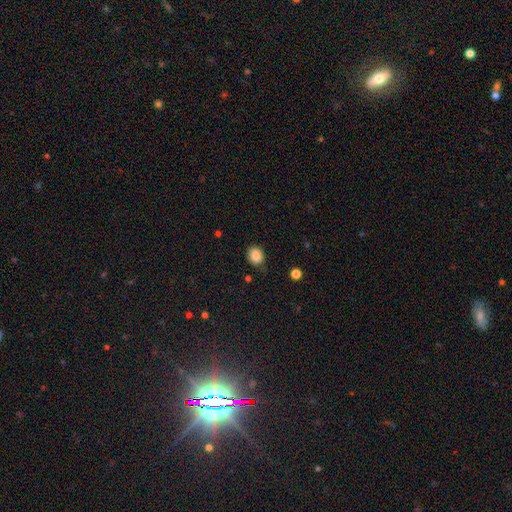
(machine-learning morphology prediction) smooth 86%, star or artifact 9%, featured or disk 4%. Down the decision tree: how rounded — round (56%); merging — none (77%).